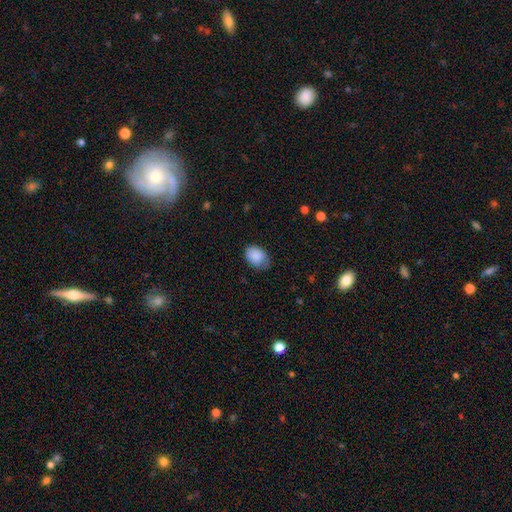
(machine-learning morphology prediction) This appears to be a smooth galaxy with no disk features (87%) that is in between round and cigar-shaped (71%). Merging: none (60%).